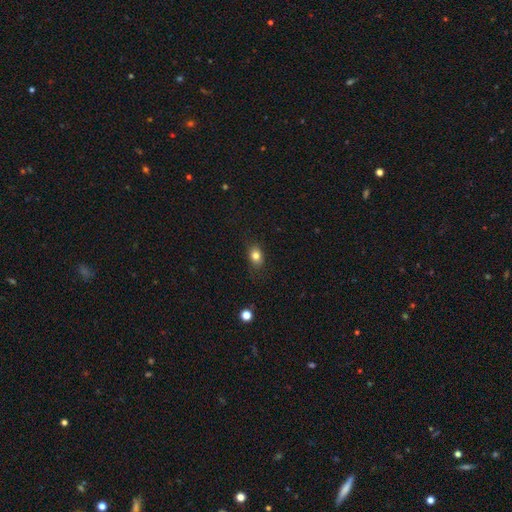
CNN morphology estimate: Smooth or featured: smooth — 82% (star or artifact — 11%)
How rounded: in between — 68% (round — 30%)
Merging: none — 83% (minor disturbance — 13%)